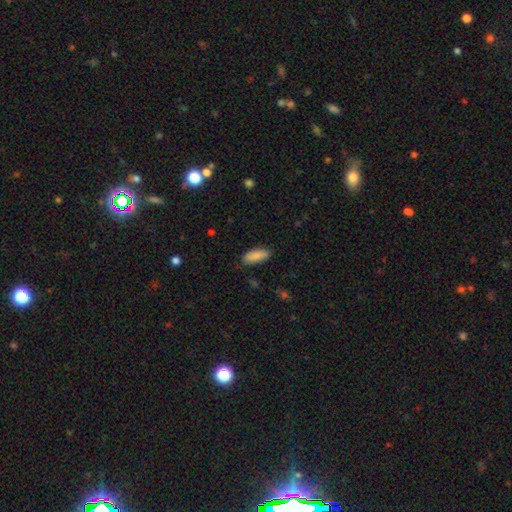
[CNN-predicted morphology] The model was most divided on "how rounded": in between: 75%, cigar-shaped: 23%, round: 2%. More confident: smooth or featured — smooth (88%); merging — none (83%).